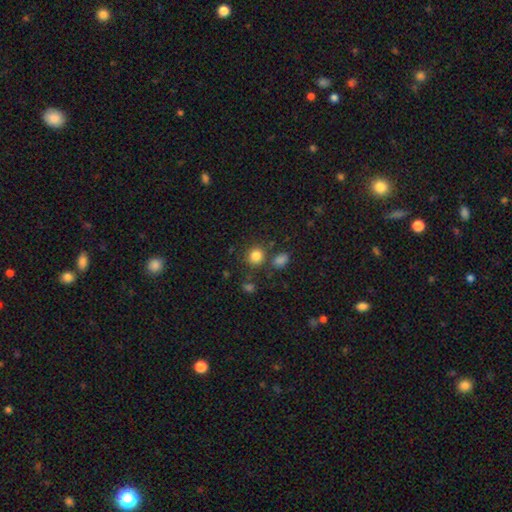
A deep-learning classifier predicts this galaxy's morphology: This appears to be a smooth galaxy with no disk features (82%) that is round (85%). Merging: none (78%).